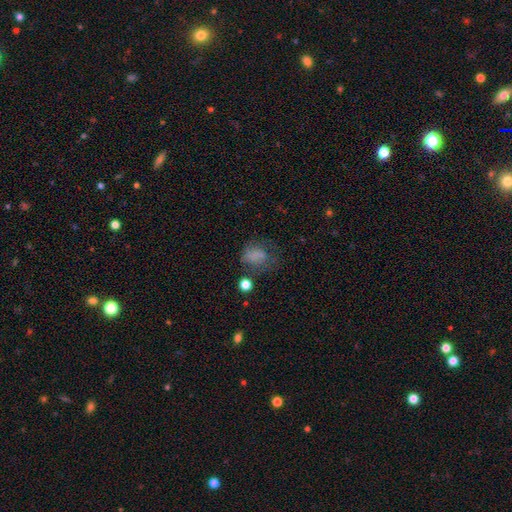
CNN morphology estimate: A smooth galaxy with no disk features (69%) that is in between round and cigar-shaped (52%).

Vote fractions:
- Smooth or featured? smooth: 69% / star or artifact: 16% / featured or disk: 16%
- How rounded? in between: 52% / round: 47% / cigar-shaped: 1%
- Merging? none: 44% / major disturbance: 26% / minor disturbance: 25% / merger: 5%